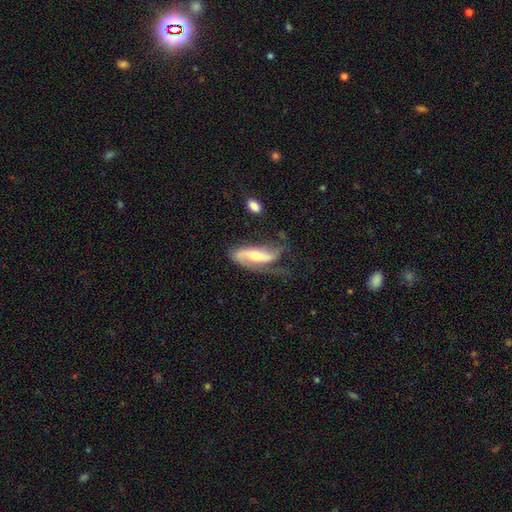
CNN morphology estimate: type=featured or disk (75%); edge-on=no (85%); bar=no (38%); spiral arms=yes (90%); winding=loose (43%); arm count=2 (69%); bulge=moderate (53%); merging=none (42%).